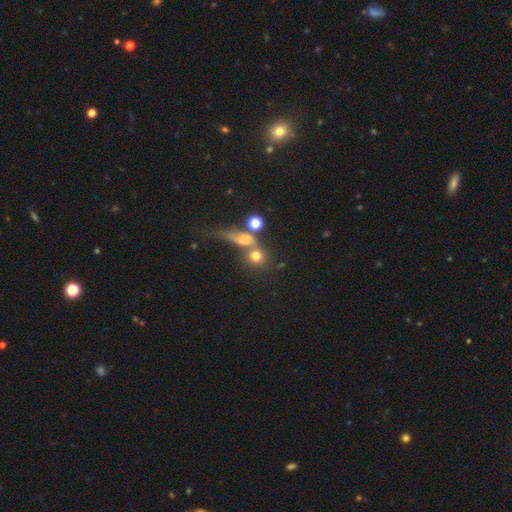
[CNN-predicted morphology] The model was most divided on "merging": none: 44%, merger: 34%, major disturbance: 11%, minor disturbance: 10%. More confident: how rounded — round (82%); smooth or featured — smooth (68%).